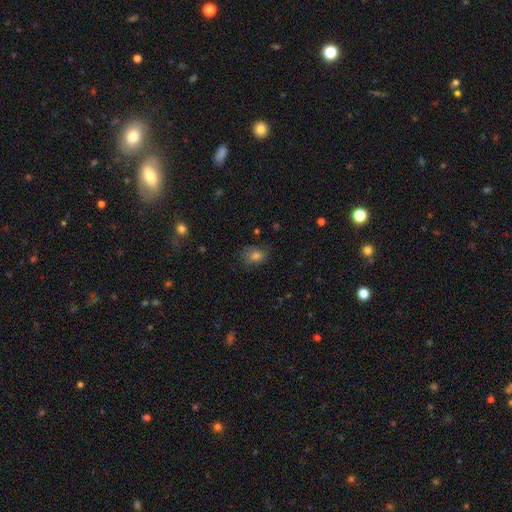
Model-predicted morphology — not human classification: This appears to be a smooth galaxy with no disk features (68%) that is round (51%). Merging: none (67%).